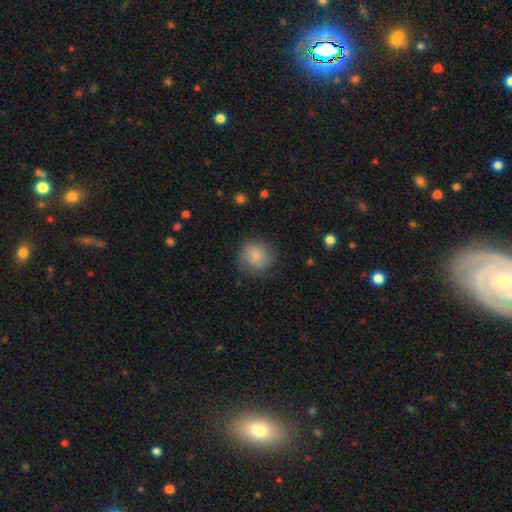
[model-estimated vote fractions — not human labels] Overall: smooth (78%). How rounded: round (90%). Merging: none (79%).